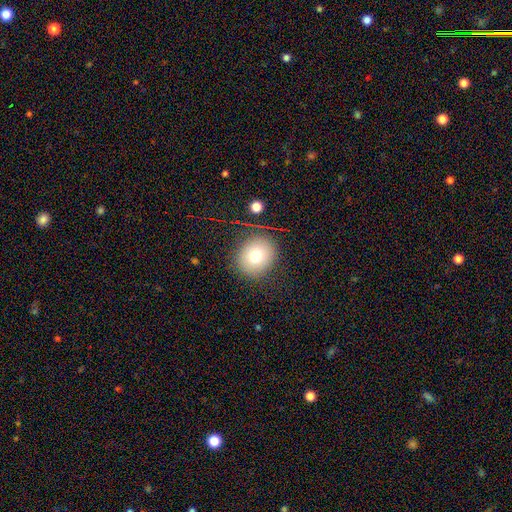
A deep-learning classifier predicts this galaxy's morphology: smooth 74%, featured or disk 14%, star or artifact 13%. Down the decision tree: how rounded — round (78%); merging — none (83%).